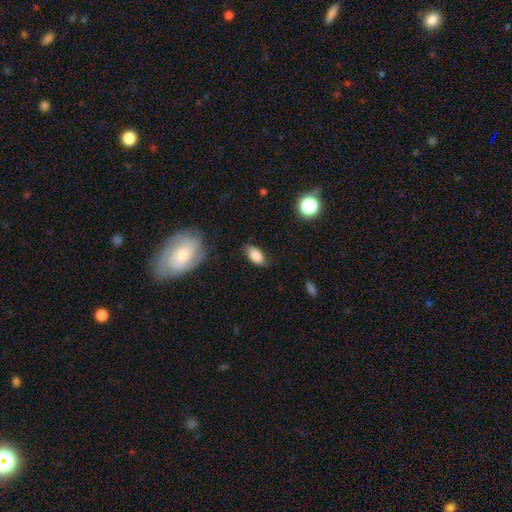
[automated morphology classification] Smooth or featured: smooth — 79% (featured or disk — 13%)
How rounded: in between — 92% (round — 5%)
Merging: none — 67% (minor disturbance — 24%)